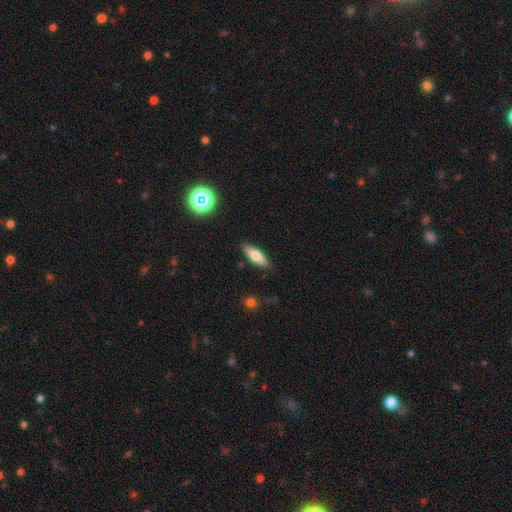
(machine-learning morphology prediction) Smooth or featured? smooth (70%)
How rounded? in between (50%)
Merging? none (86%)